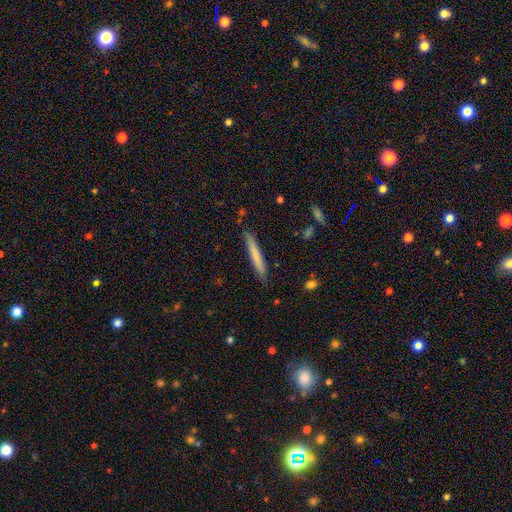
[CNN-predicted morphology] A smooth galaxy with no disk features (70%) that is cigar-shaped (96%).

Vote fractions:
- Smooth or featured? smooth: 70% / featured or disk: 24% / star or artifact: 6%
- How rounded? cigar-shaped: 96% / in between: 3% / round: 1%
- Merging? none: 87% / minor disturbance: 10% / major disturbance: 2% / merger: 1%